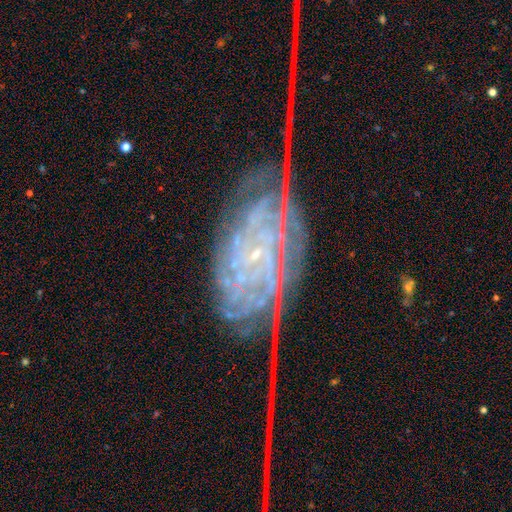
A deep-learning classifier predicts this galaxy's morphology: This is clearly a featured or disk galaxy (84%). It is clearly not viewed edge-on (94%). Bar: likely no (65%). Spiral arm pattern: clearly yes (95%). Spiral arm count: marginally can't tell (30%). Spiral winding: likely tight (67%). Central bulge: clearly small (86%). Merging: possibly none (53%).